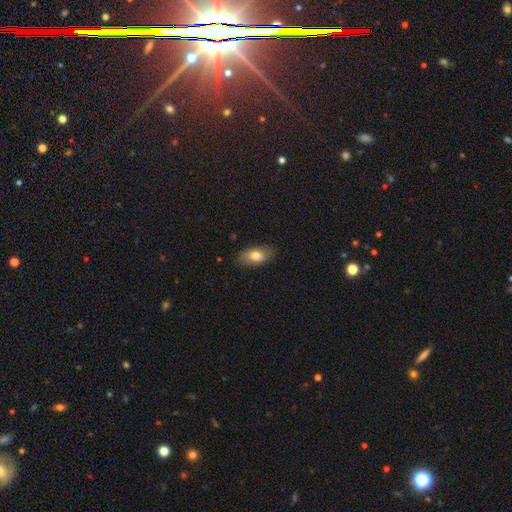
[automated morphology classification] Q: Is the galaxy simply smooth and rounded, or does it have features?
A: smooth — 76%.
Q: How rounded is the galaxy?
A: in between — 89%.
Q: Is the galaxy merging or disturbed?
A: none — 83%.